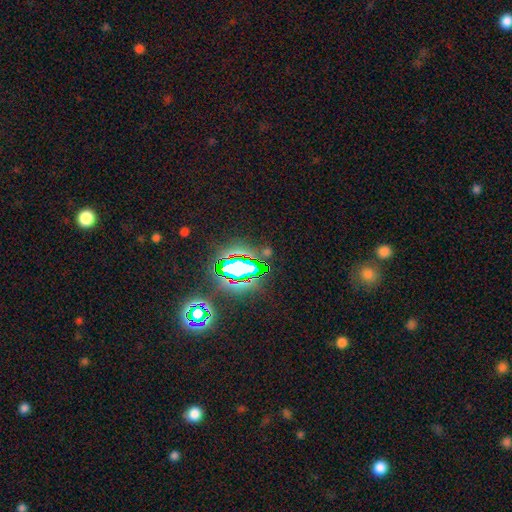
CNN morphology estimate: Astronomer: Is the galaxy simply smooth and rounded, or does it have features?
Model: star or artifact — 77%.